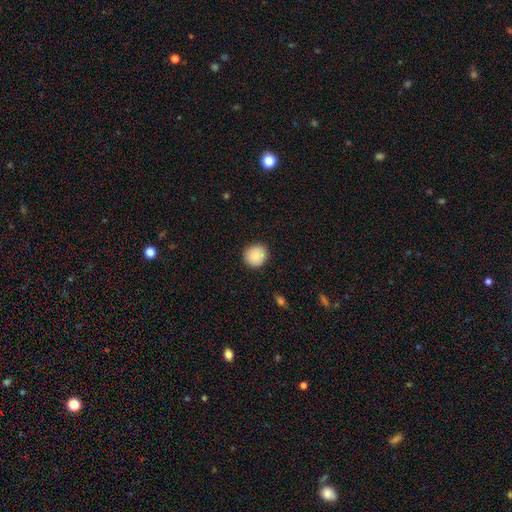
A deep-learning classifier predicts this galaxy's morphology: Smooth or featured? Predicted: smooth (p=0.88). How rounded? Predicted: round (p=0.89). Merging? Predicted: none (p=0.90).